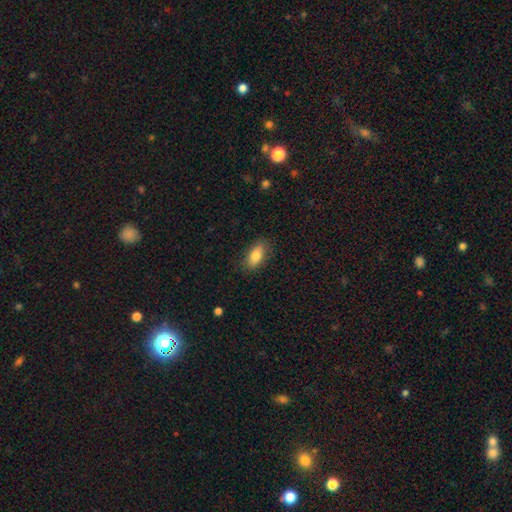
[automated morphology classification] This is likely a smooth galaxy (80%). How rounded: clearly in between (85%). Merging: clearly none (83%).